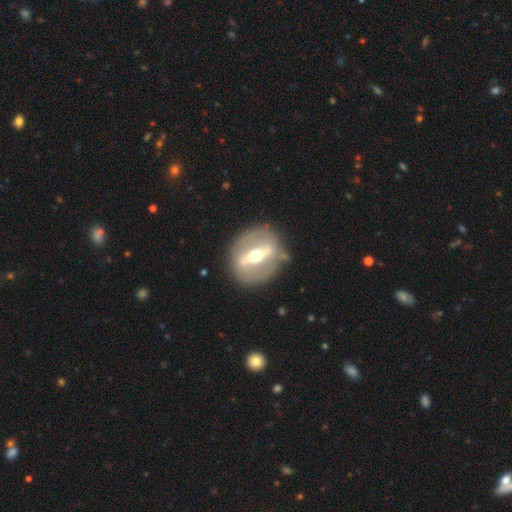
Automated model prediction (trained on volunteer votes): Smooth or featured: featured or disk — 79% (smooth — 16%)
Edge-on disk: no — 74% (yes — 26%)
Bar: strong — 80% (weak — 14%)
Spiral arms: no — 71% (yes — 29%)
Bulge size: moderate — 71% (small — 14%)
Merging: none — 80% (minor disturbance — 12%)